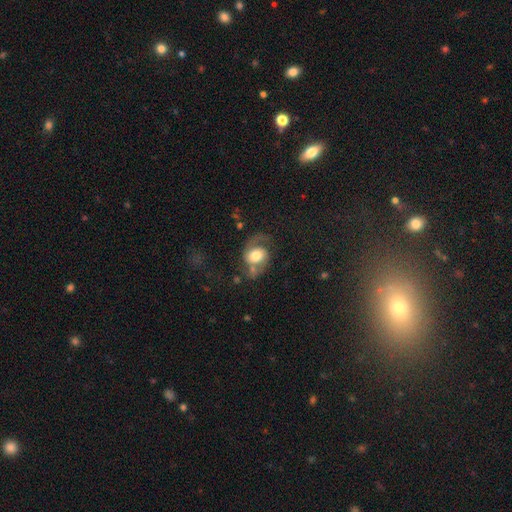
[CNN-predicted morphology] A featured or disk galaxy (62%) with no bar (62%), 2 (75%) medium (45%) spiral arms (86%) and a moderate central bulge (45%).

Vote fractions:
- Smooth or featured? featured or disk: 62% / smooth: 30% / star or artifact: 8%
- Edge-on disk? no: 97% / yes: 3%
- Bar? no: 62% / weak: 29% / strong: 9%
- Spiral arms? yes: 86% / no: 14%
- Spiral winding? medium: 45% / loose: 40% / tight: 15%
- Spiral arm count? 2: 75% / 1: 18% / can't tell: 4% / 3: 1% / 4: 1% / more than 4: 1%
- Bulge size? moderate: 45% / large: 39% / small: 8% / dominant: 6% / none: 2%
- Merging? none: 47% / major disturbance: 23% / minor disturbance: 22% / merger: 9%